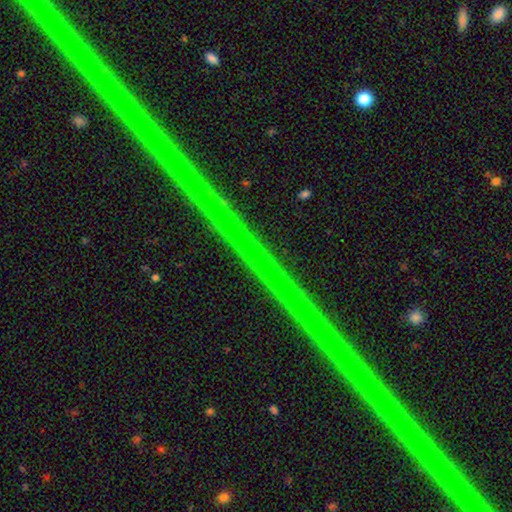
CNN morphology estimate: Smooth or featured? Predicted: star or artifact (p=0.87).